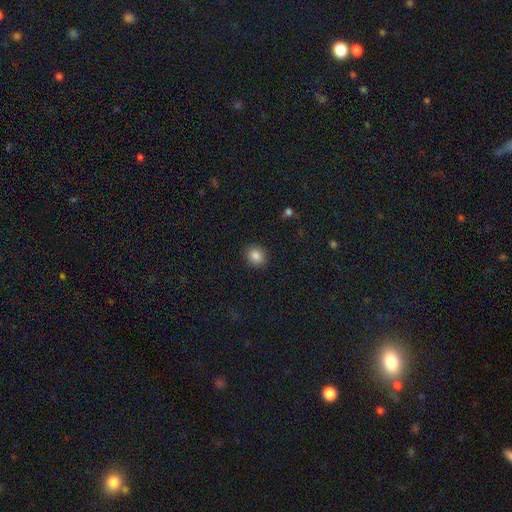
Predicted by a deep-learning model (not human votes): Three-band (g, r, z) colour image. It shows a smooth galaxy with no disk features (86%) that is round (71%). Merging: none (90%).